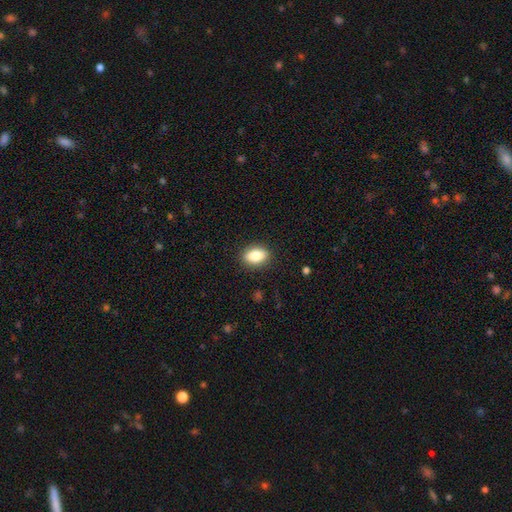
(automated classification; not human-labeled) Morphology: type=smooth (84%); roundness=in between (84%); merging=none (89%).